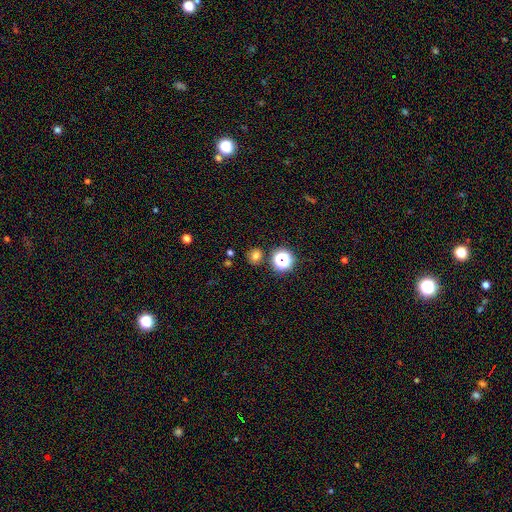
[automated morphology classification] A smooth galaxy with no disk features (70%) that is round (82%).

Vote fractions:
- Smooth or featured? smooth: 70% / star or artifact: 23% / featured or disk: 7%
- How rounded? round: 82% / in between: 17% / cigar-shaped: 1%
- Merging? none: 80% / minor disturbance: 10% / merger: 7% / major disturbance: 3%